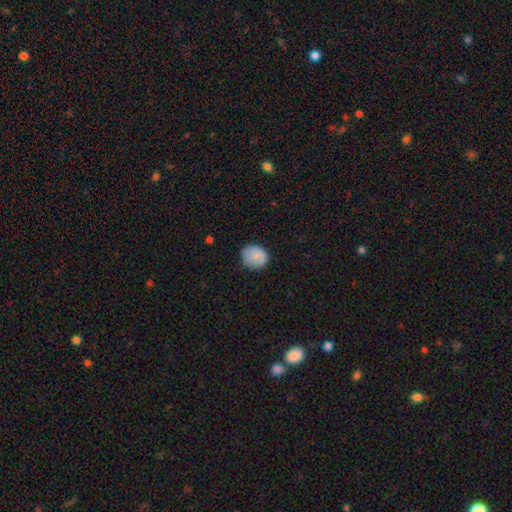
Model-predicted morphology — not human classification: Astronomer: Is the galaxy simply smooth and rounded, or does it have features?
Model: smooth — 79%.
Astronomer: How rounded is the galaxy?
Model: round — 76%.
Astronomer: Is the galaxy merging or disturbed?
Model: none — 78%.